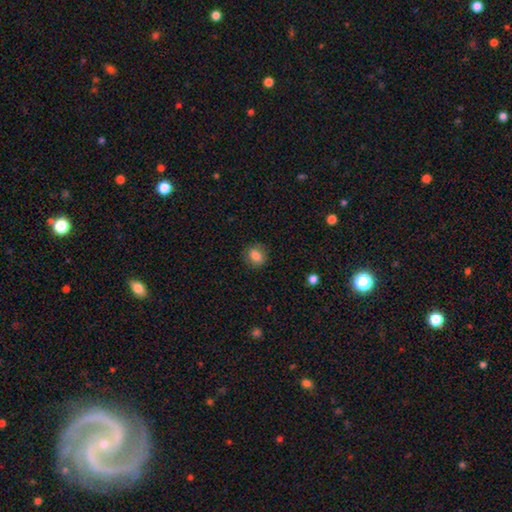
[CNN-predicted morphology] smooth_or_featured: smooth (p=0.85) [alt: star or artifact p=0.09]
how_rounded: in between (p=0.53) [alt: round p=0.46]
merging: none (p=0.82) [alt: minor disturbance p=0.13]